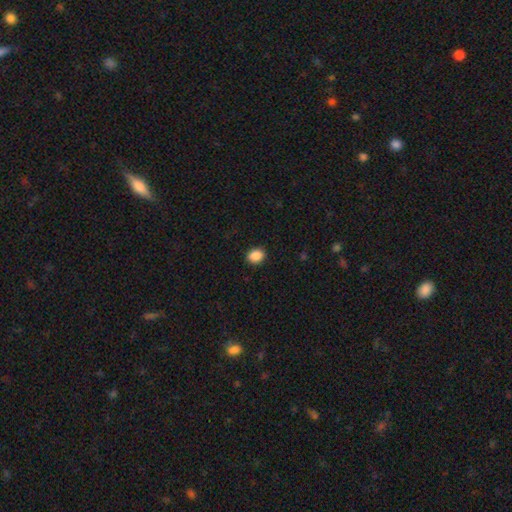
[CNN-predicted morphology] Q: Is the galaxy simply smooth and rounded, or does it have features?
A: smooth — 89%.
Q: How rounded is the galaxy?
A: in between — 55%.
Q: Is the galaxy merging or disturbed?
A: none — 90%.